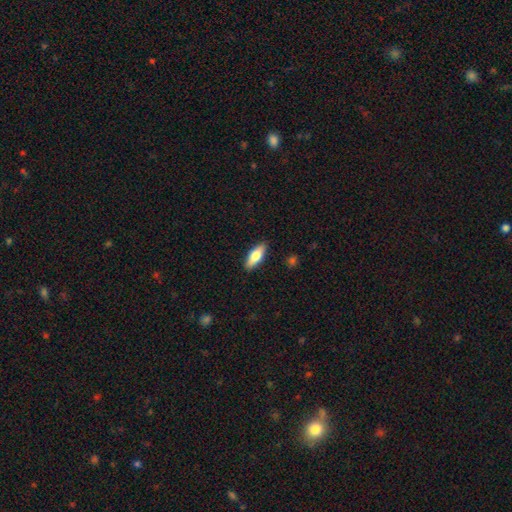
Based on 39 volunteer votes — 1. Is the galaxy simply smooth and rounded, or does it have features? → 49% smooth, 46% featured or disk, 5% star or artifact.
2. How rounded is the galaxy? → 47% in between, 42% cigar-shaped, 11% round.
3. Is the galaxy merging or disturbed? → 76% none, 14% minor disturbance, 5% major disturbance, 5% merger.